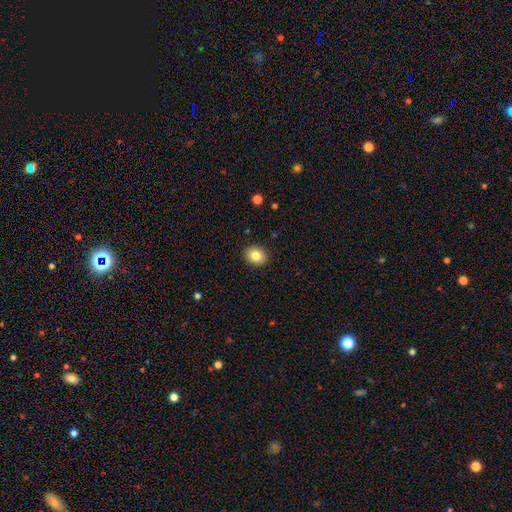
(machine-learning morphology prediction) Overall: smooth (83%). How rounded: round (53%; in between 46%). Merging: none (91%).